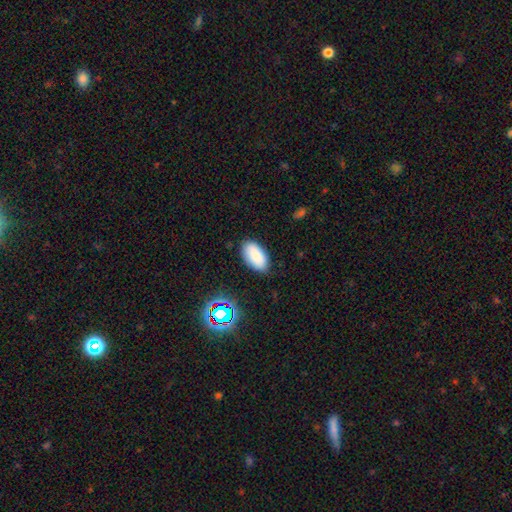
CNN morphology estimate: Smooth or featured: smooth — 85% (star or artifact — 9%)
How rounded: in between — 95% (round — 3%)
Merging: none — 83% (minor disturbance — 13%)